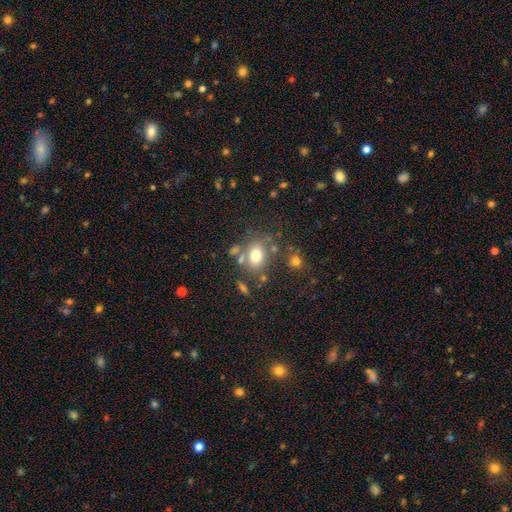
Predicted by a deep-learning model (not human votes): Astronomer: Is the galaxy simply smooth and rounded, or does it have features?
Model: smooth — 73%.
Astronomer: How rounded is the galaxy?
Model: round — 51% (runner-up: in between, 48%).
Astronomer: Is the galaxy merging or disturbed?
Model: none — 65%.